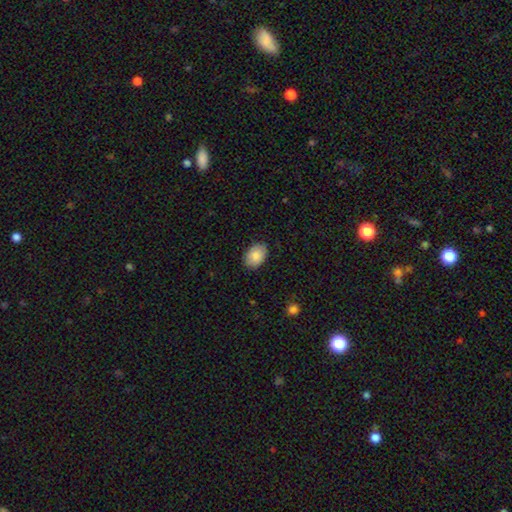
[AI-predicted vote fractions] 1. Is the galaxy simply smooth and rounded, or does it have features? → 89% smooth, 7% star or artifact, 5% featured or disk.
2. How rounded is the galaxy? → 84% in between, 15% round, 1% cigar-shaped.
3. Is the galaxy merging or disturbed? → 87% none, 10% minor disturbance, 2% major disturbance, 1% merger.